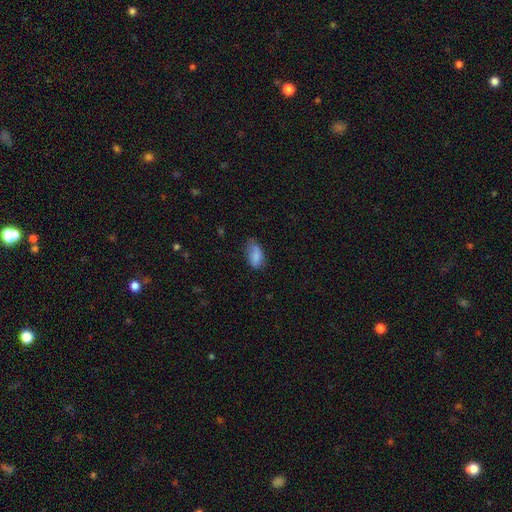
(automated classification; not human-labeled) Smooth or featured? smooth (83%)
How rounded? in between (91%)
Merging? none (56%)